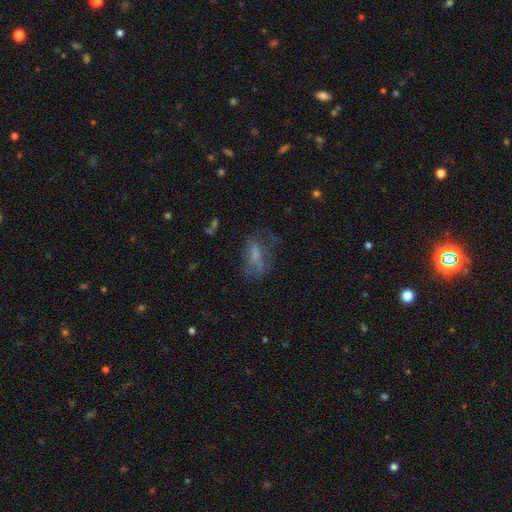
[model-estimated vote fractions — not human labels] smooth-or-featured: smooth: 49% | featured or disk: 38% | star or artifact: 13%
  merging: none: 47% | major disturbance: 26% | minor disturbance: 25% | merger: 3%